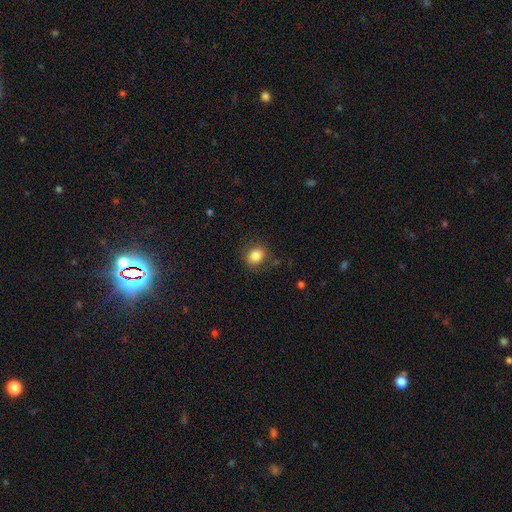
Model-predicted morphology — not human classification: Smooth or featured?
  - smooth: 84% *
  - star or artifact: 10%
  - featured or disk: 6%
How rounded?
  - round: 62% *
  - in between: 37%
  - cigar-shaped: 1%
Merging?
  - none: 80% *
  - minor disturbance: 14%
  - major disturbance: 5%
  - merger: 2%